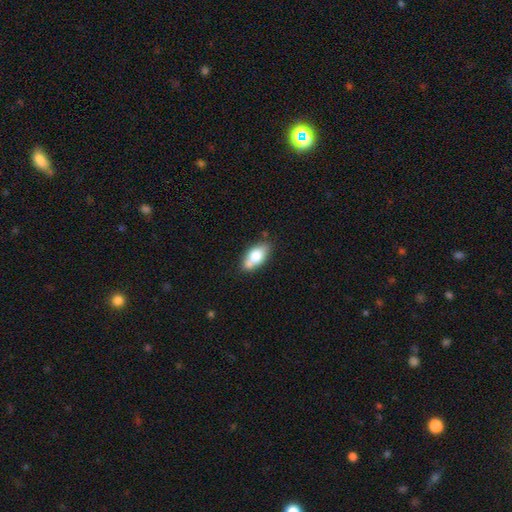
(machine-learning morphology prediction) smooth_or_featured: smooth (p=0.70) [alt: featured or disk p=0.22]
how_rounded: in between (p=0.87) [alt: cigar-shaped p=0.07]
merging: none (p=0.59) [alt: minor disturbance p=0.19]